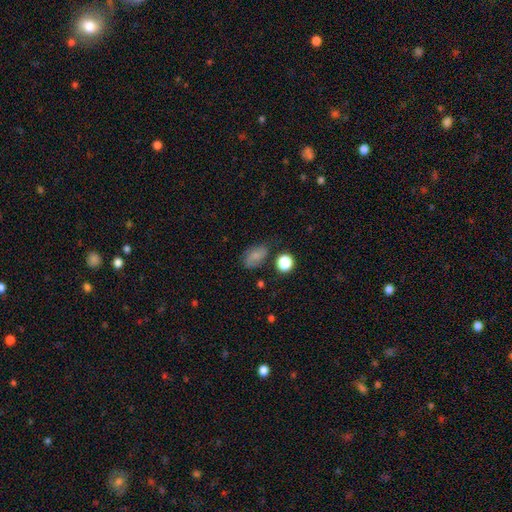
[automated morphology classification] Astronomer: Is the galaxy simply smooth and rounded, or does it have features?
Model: smooth — 74%.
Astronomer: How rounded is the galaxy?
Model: in between — 83%.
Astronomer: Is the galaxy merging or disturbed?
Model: none — 61%.